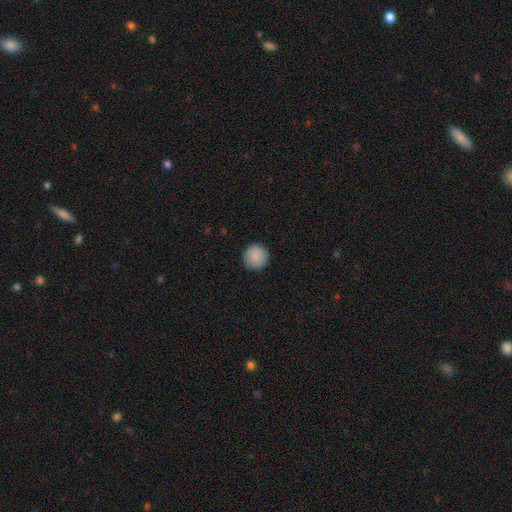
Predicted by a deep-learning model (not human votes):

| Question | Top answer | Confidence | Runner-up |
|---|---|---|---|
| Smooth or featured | smooth | 89% | star or artifact (8%) |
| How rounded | round | 95% | in between (4%) |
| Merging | none | 91% | minor disturbance (6%) |